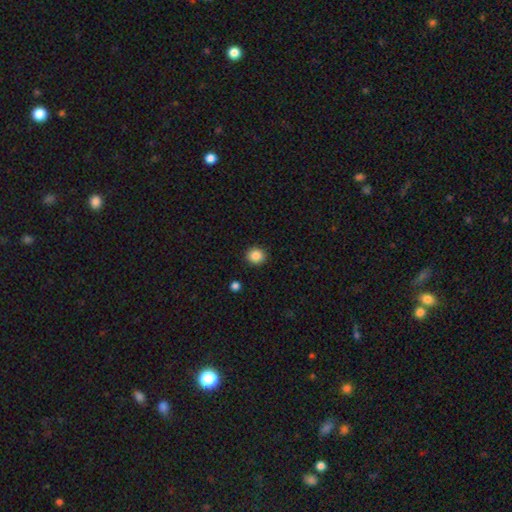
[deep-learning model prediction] The model was most divided on "smooth or featured": smooth: 86%, star or artifact: 10%, featured or disk: 4%. More confident: merging — none (92%); how rounded — round (89%).